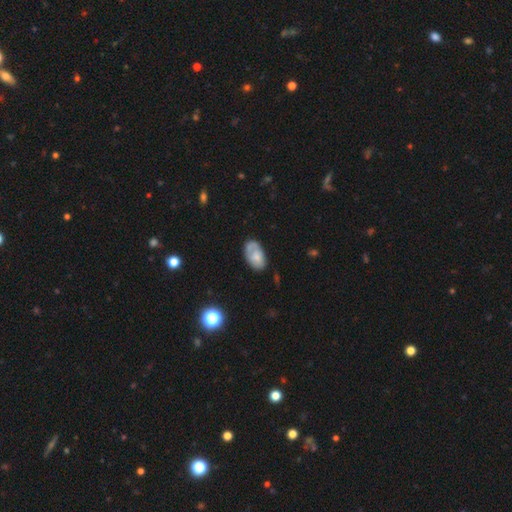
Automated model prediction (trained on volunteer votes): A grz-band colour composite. It shows a smooth galaxy with no disk features (62%) that is in between round and cigar-shaped (92%). Merging: none (58%).